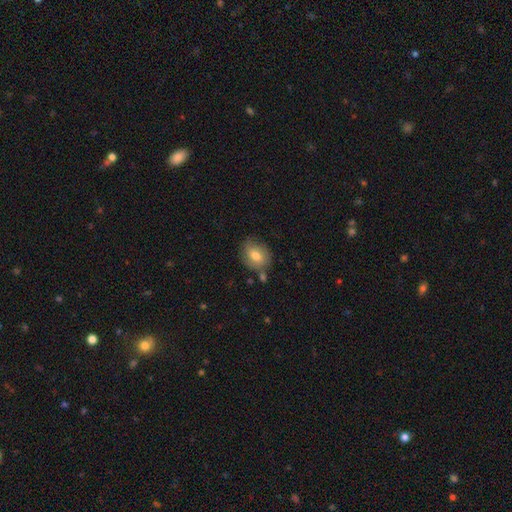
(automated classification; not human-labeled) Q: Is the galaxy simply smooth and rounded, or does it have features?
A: smooth — 76%.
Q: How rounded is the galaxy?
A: round — 51%.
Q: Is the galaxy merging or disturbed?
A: none — 71%.